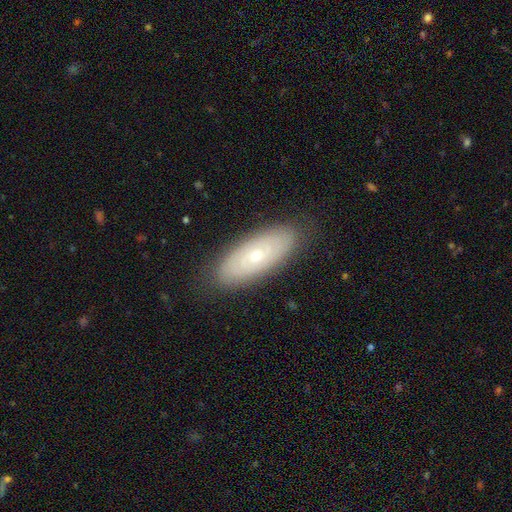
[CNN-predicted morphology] A featured or disk galaxy (50%).

Vote fractions:
- Smooth or featured? featured or disk: 50% / smooth: 43% / star or artifact: 7%
- Merging? none: 84% / minor disturbance: 12% / major disturbance: 3% / merger: 1%